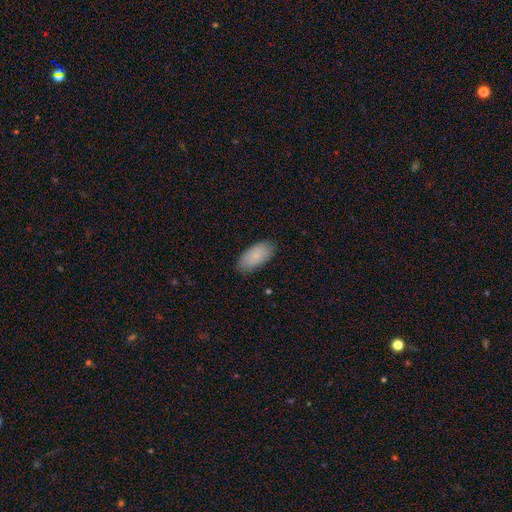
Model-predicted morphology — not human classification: Q: Smooth or featured?
A: smooth (82%); runner-up: featured or disk (12%)
Q: How rounded?
A: in between (93%); runner-up: cigar-shaped (4%)
Q: Merging?
A: none (83%); runner-up: minor disturbance (14%)